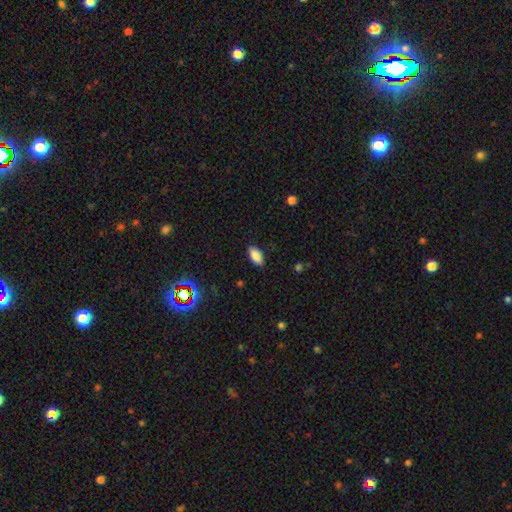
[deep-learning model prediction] A smooth galaxy with no disk features (87%) that is in between round and cigar-shaped (93%). Merging: none (88%).